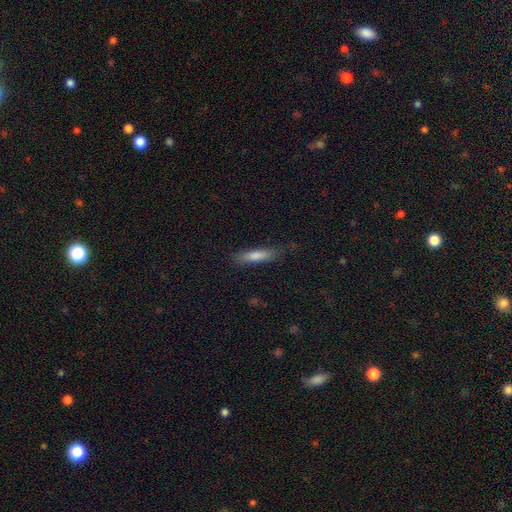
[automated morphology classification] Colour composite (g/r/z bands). It shows a smooth galaxy with no disk features (66%) that is cigar-shaped (81%). Merging: none (77%).